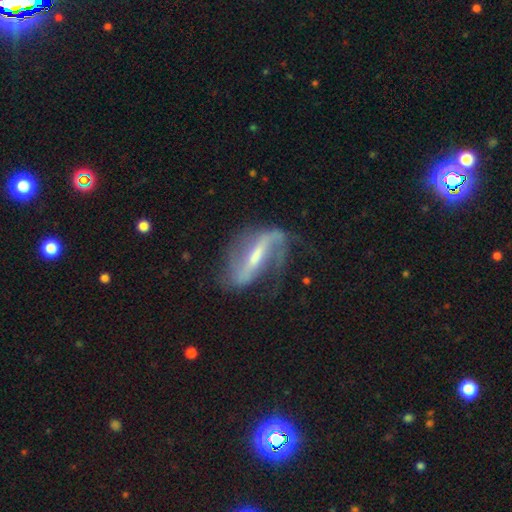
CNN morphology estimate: Q: Smooth or featured?
A: featured or disk (81%); runner-up: smooth (12%)
Q: Edge-on disk?
A: no (86%); runner-up: yes (14%)
Q: Bar?
A: strong (63%); runner-up: weak (27%)
Q: Spiral arms?
A: yes (89%); runner-up: no (11%)
Q: Spiral winding?
A: loose (53%); runner-up: medium (33%)
Q: Spiral arm count?
A: 2 (78%); runner-up: 1 (10%)
Q: Bulge size?
A: moderate (43%); runner-up: small (42%)
Q: Merging?
A: none (54%); runner-up: minor disturbance (22%)